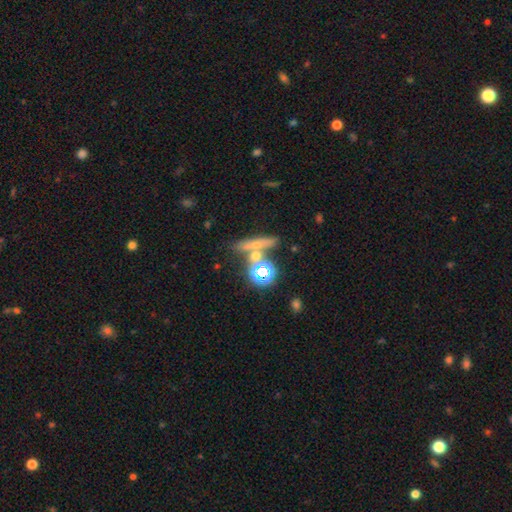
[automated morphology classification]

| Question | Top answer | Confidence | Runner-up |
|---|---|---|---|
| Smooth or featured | smooth | 42% | featured or disk (29%) |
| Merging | none | 60% | merger (25%) |